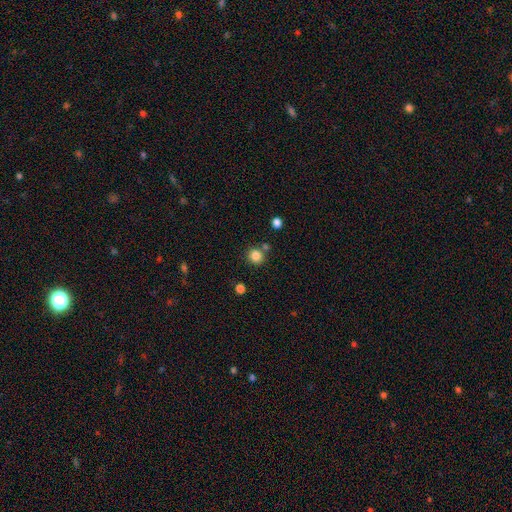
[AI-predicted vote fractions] This is clearly a smooth galaxy (84%). How rounded: clearly round (93%). Merging: likely none (77%).